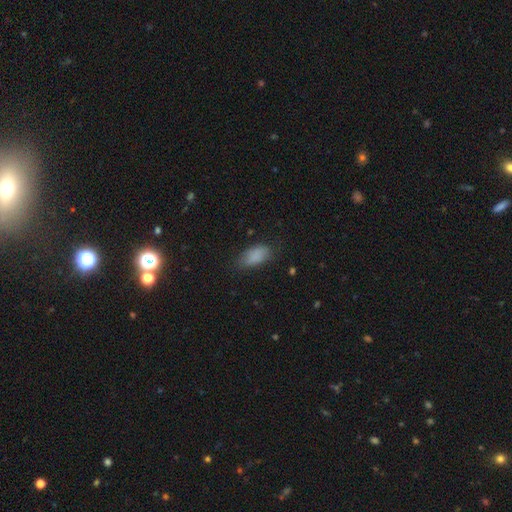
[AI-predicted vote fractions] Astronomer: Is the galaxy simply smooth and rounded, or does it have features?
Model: smooth — 85%.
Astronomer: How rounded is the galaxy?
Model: in between — 91%.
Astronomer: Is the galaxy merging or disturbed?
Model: none — 64%.